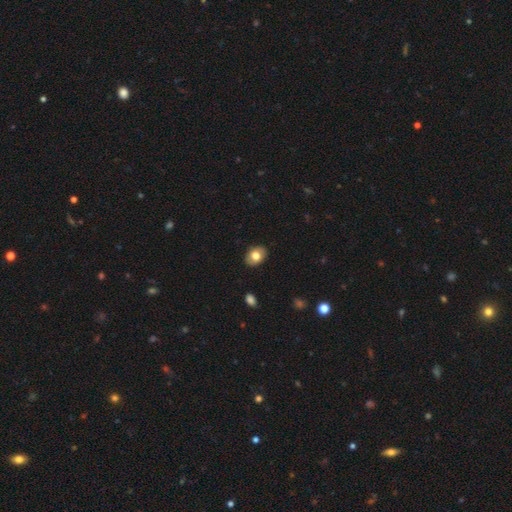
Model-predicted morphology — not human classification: smooth 78%, featured or disk 14%, star or artifact 8%. Down the decision tree: how rounded — in between (73%); merging — none (88%).